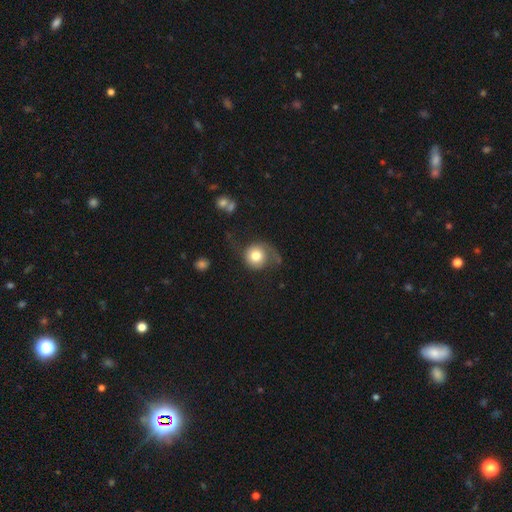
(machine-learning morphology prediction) This is likely a smooth galaxy (63%). How rounded: clearly round (85%). Merging: marginally none (41%).